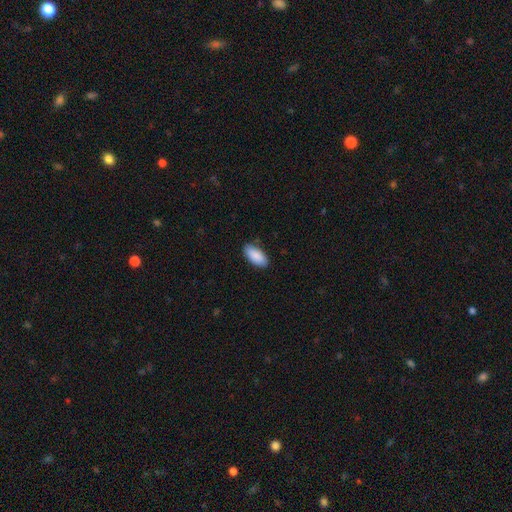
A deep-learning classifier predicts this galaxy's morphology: This appears to be a smooth galaxy with no disk features (90%) that is in between round and cigar-shaped (91%). Merging: none (85%).